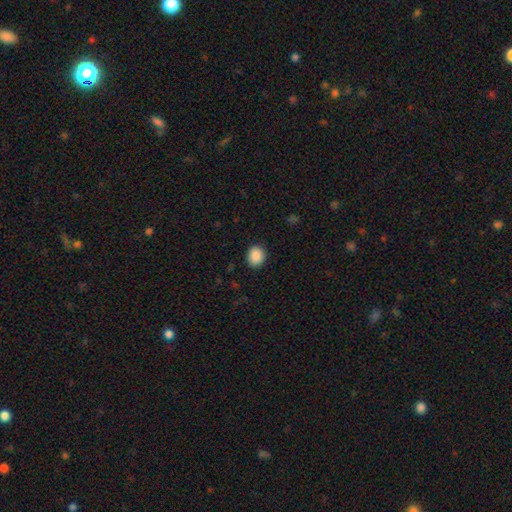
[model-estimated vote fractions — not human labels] Smooth or featured: smooth — 89% (star or artifact — 8%)
How rounded: round — 65% (in between — 34%)
Merging: none — 89% (minor disturbance — 8%)